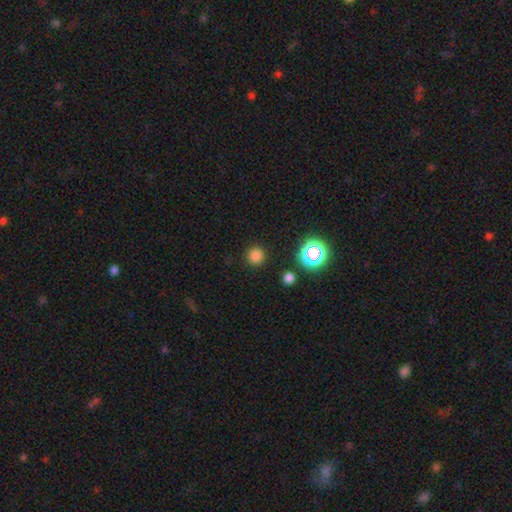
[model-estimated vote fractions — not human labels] A smooth galaxy with no disk features (77%) that is round (94%).

Vote fractions:
- Smooth or featured? smooth: 77% / star or artifact: 19% / featured or disk: 4%
- How rounded? round: 94% / in between: 5% / cigar-shaped: 1%
- Merging? none: 90% / minor disturbance: 6% / major disturbance: 3% / merger: 2%